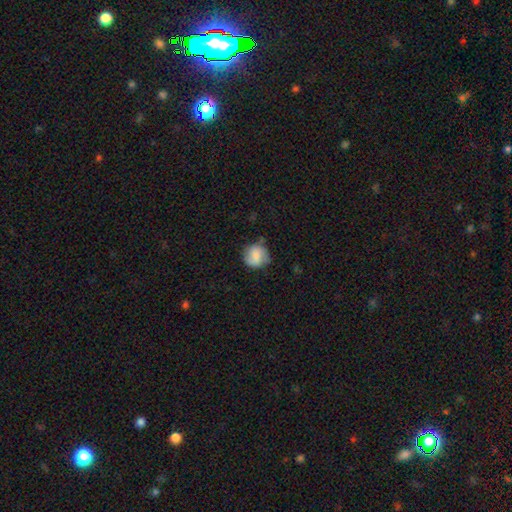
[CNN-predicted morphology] Smooth or featured?
  - smooth: 69% *
  - featured or disk: 23%
  - star or artifact: 8%
How rounded?
  - round: 86% *
  - in between: 13%
  - cigar-shaped: 1%
Merging?
  - none: 69% *
  - minor disturbance: 22%
  - major disturbance: 7%
  - merger: 2%